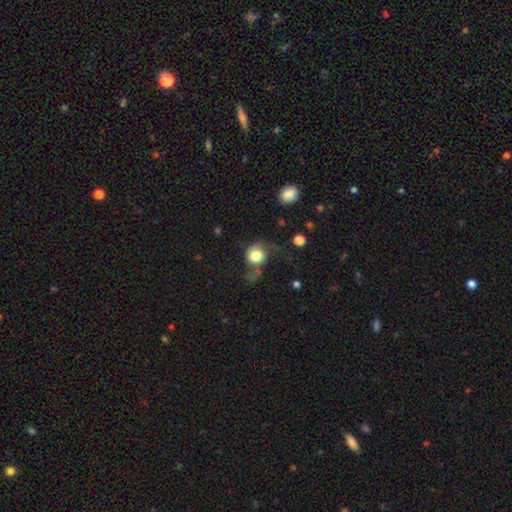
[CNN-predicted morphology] Smooth or featured? smooth (68%)
How rounded? round (82%)
Merging? none (36%)